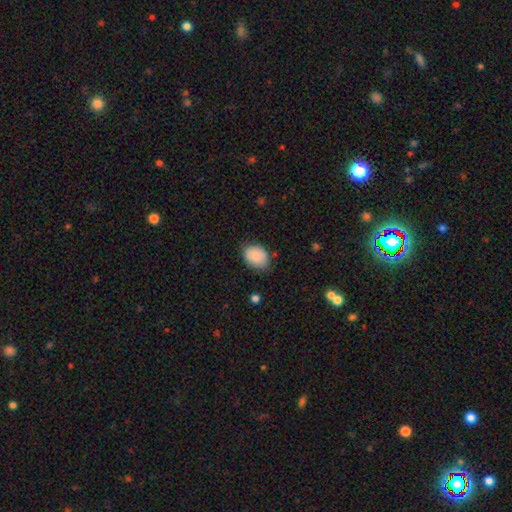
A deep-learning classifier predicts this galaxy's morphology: Smooth or featured? Predicted: smooth (p=0.85). How rounded? Predicted: in between (p=0.72). Merging? Predicted: none (p=0.72).